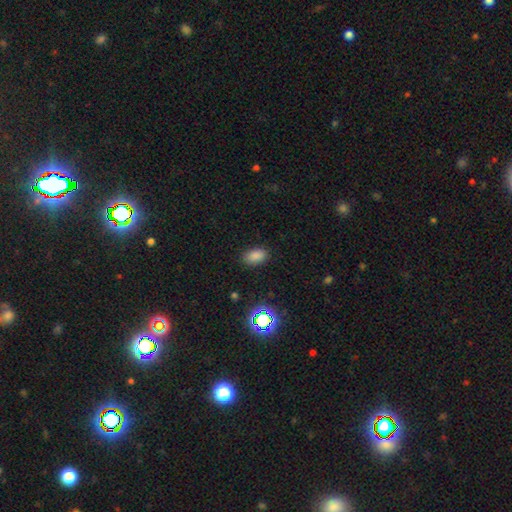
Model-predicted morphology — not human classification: Overall: smooth (81%). How rounded: in between (91%). Merging: none (85%).